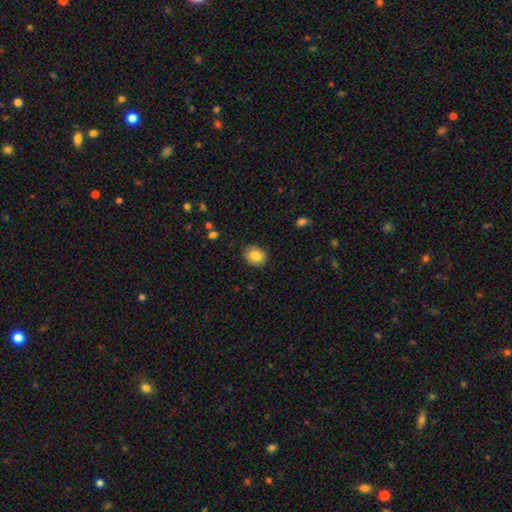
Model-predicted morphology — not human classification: Overall: smooth (83%). How rounded: round (53%; in between 46%). Merging: none (86%).